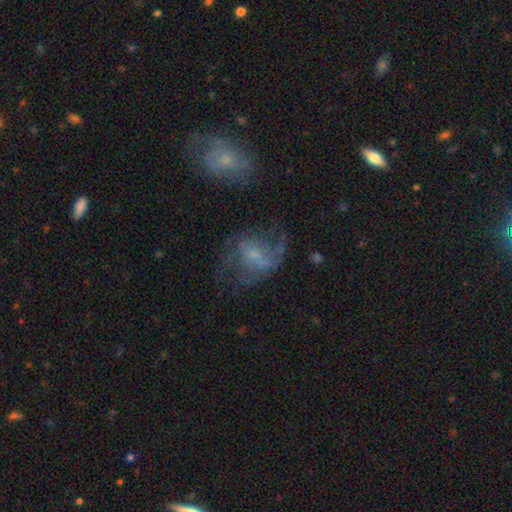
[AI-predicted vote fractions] A featured or disk galaxy (58%) with no bar (53%), spiral arms (64%) and a small central bulge (52%). Merging: major disturbance (38%, tied with none).